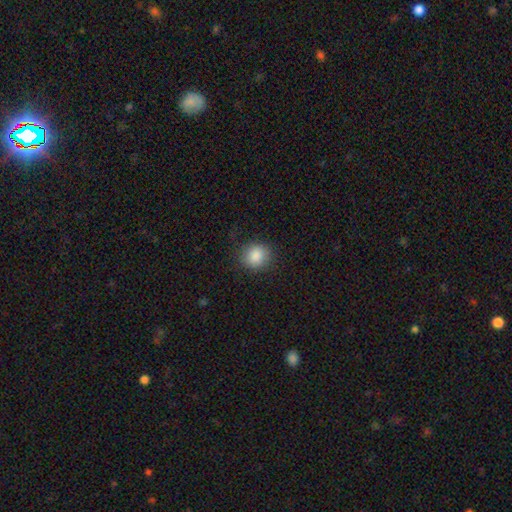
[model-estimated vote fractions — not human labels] Smooth or featured: smooth — 88% (star or artifact — 9%)
How rounded: round — 80% (in between — 19%)
Merging: none — 85% (minor disturbance — 10%)